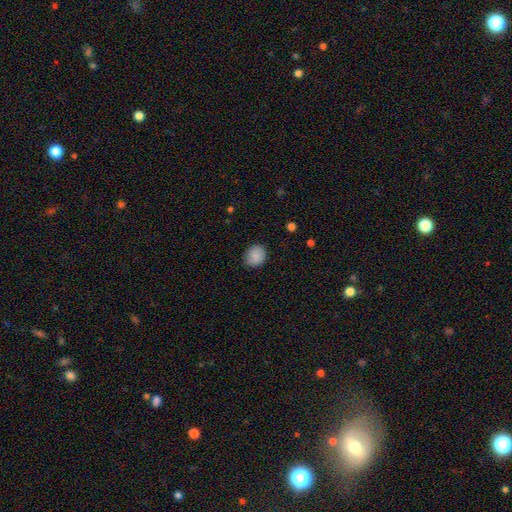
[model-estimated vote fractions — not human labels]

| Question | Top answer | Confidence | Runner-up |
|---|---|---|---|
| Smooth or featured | smooth | 86% | star or artifact (8%) |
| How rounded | round | 68% | in between (31%) |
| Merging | none | 83% | minor disturbance (14%) |